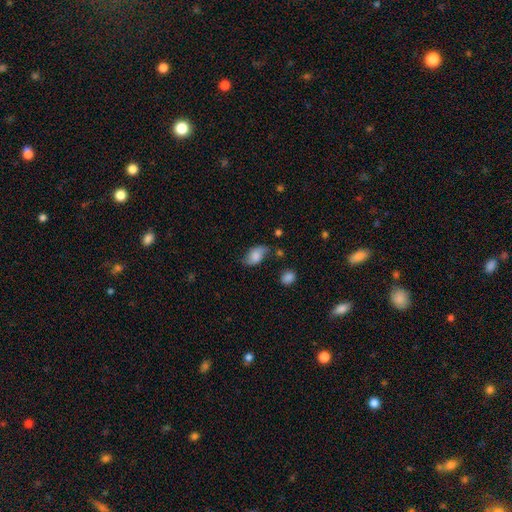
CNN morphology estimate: smooth 69%, featured or disk 22%, star or artifact 9%. Down the decision tree: how rounded — in between (89%); merging — none (54%).